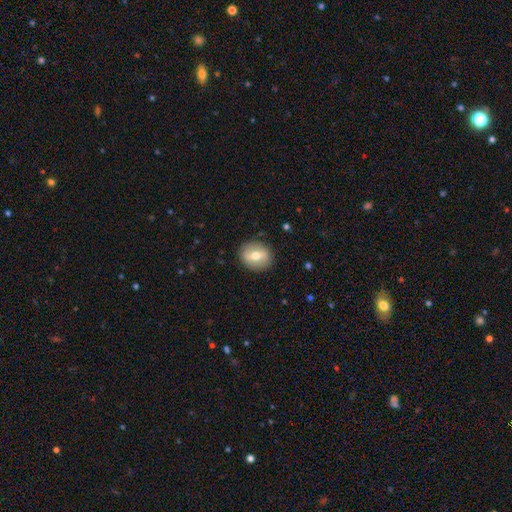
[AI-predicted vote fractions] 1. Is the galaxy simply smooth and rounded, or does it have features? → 55% smooth, 38% featured or disk, 7% star or artifact.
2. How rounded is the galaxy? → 60% round, 38% in between, 1% cigar-shaped.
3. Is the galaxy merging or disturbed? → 88% none, 9% minor disturbance, 3% major disturbance, 1% merger.